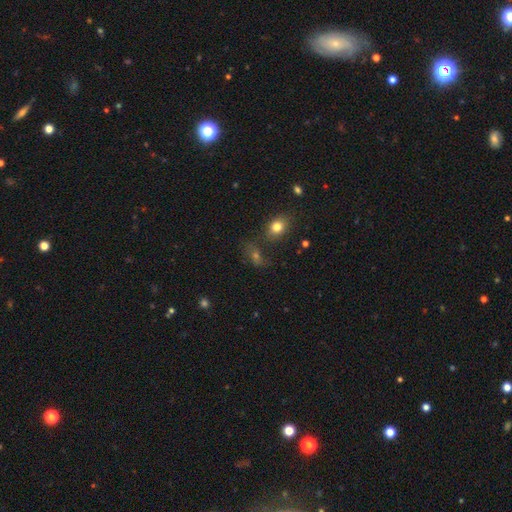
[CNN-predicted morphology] The model was most divided on "smooth or featured": smooth: 48%, star or artifact: 33%, featured or disk: 20%. More confident: merging — none (55%).